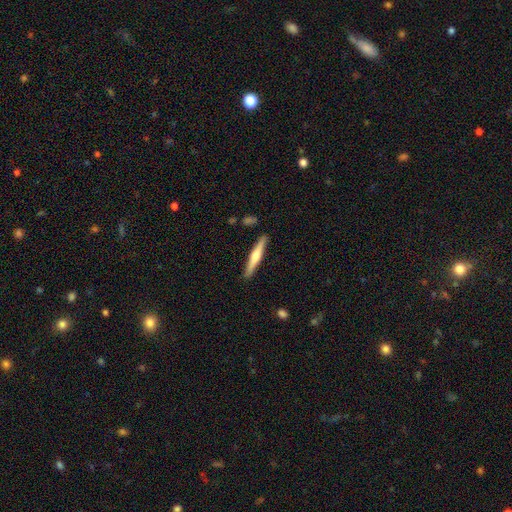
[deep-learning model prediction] smooth_or_featured: featured or disk (p=0.58) [alt: smooth p=0.37]
disk_edge_on: yes (p=0.97) [alt: no p=0.03]
edge_on_bulge: rounded (p=0.87) [alt: none p=0.07]
merging: none (p=0.90) [alt: minor disturbance p=0.07]